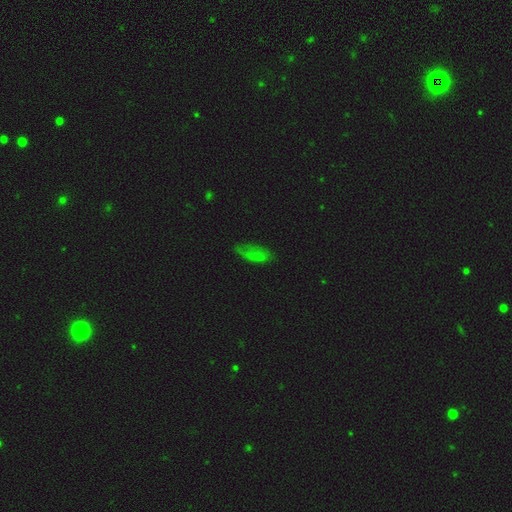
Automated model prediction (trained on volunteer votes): A smooth galaxy with no disk features (63%) that is in between round and cigar-shaped (77%).

Vote fractions:
- Smooth or featured? smooth: 63% / featured or disk: 21% / star or artifact: 16%
- How rounded? in between: 77% / cigar-shaped: 20% / round: 4%
- Merging? none: 53% / minor disturbance: 30% / major disturbance: 15% / merger: 2%